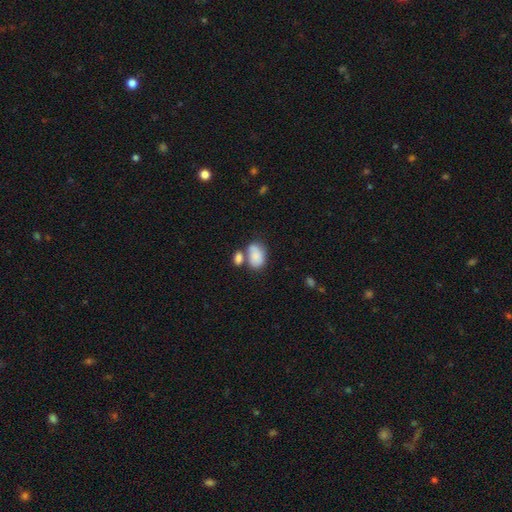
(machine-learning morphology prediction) Smooth or featured? smooth (82%)
How rounded? in between (85%)
Merging? merger (43%)